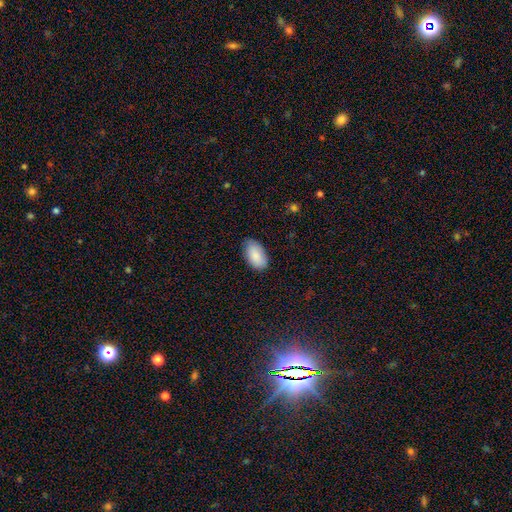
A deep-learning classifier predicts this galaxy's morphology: The model was most divided on "merging": none: 79%, minor disturbance: 17%, major disturbance: 3%, merger: 1%. More confident: how rounded — in between (95%); smooth or featured — smooth (87%).